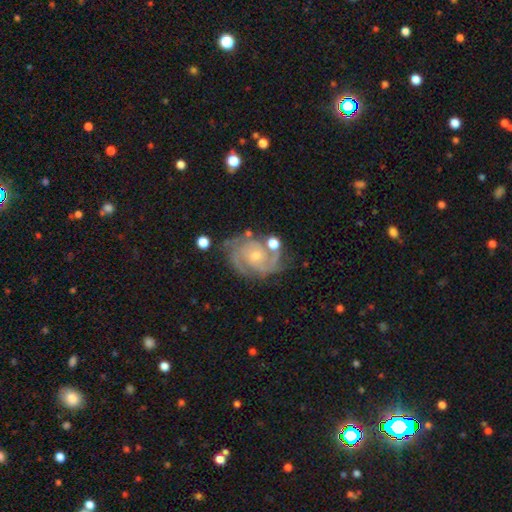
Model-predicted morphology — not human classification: featured or disk 88%, smooth 6%, star or artifact 6%. Down the decision tree: edge-on disk — no (98%); bar — no (68%); spiral arms — yes (97%); spiral arm count — 2 (45%); spiral winding — tight (59%); bulge size — small (66%); merging — none (66%).